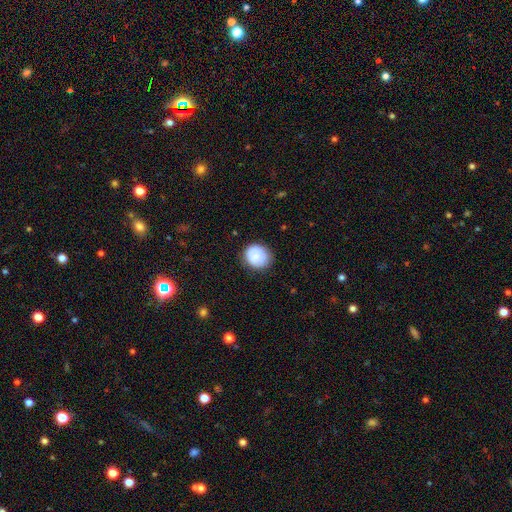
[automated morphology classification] smooth 80%, featured or disk 12%, star or artifact 8%. Down the decision tree: how rounded — round (81%); merging — none (81%).